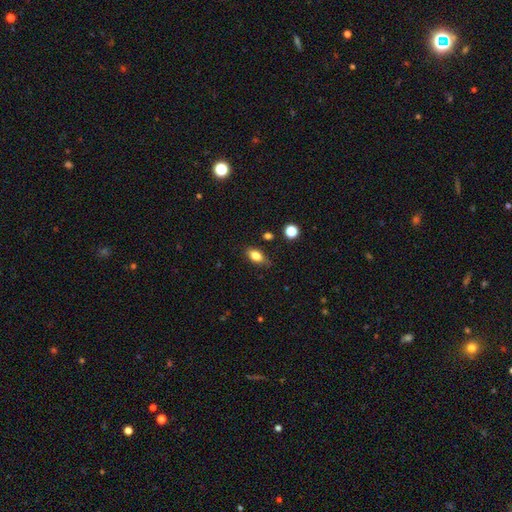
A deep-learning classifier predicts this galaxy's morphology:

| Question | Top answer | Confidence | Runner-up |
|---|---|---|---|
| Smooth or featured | smooth | 81% | featured or disk (10%) |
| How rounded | in between | 84% | round (10%) |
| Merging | none | 77% | minor disturbance (17%) |